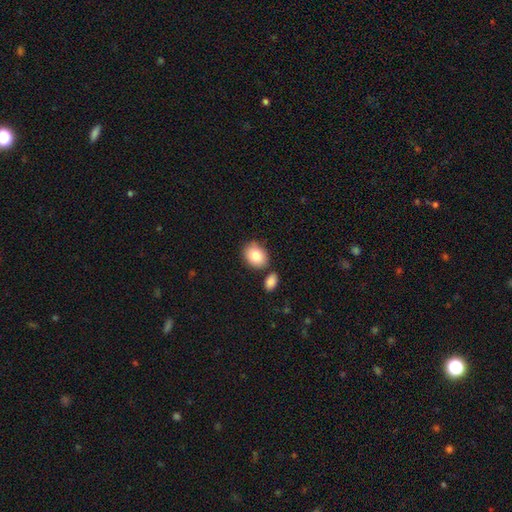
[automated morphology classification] This is clearly a smooth galaxy (84%). How rounded: likely in between (62%). Merging: likely none (72%).